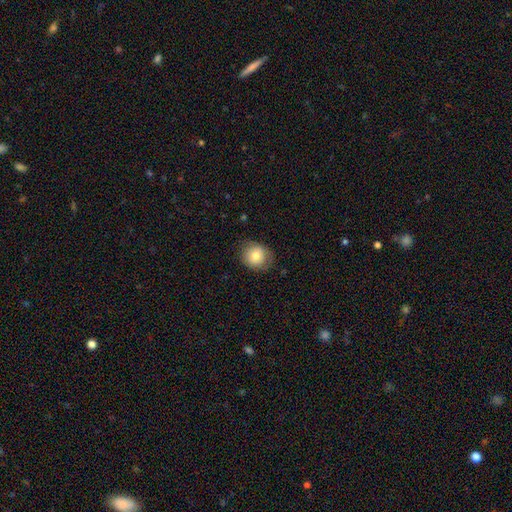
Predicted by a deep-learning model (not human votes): Smooth or featured?
  - smooth: 75% *
  - featured or disk: 16%
  - star or artifact: 8%
How rounded?
  - round: 77% *
  - in between: 23%
  - cigar-shaped: 1%
Merging?
  - none: 75% *
  - minor disturbance: 19%
  - major disturbance: 5%
  - merger: 1%